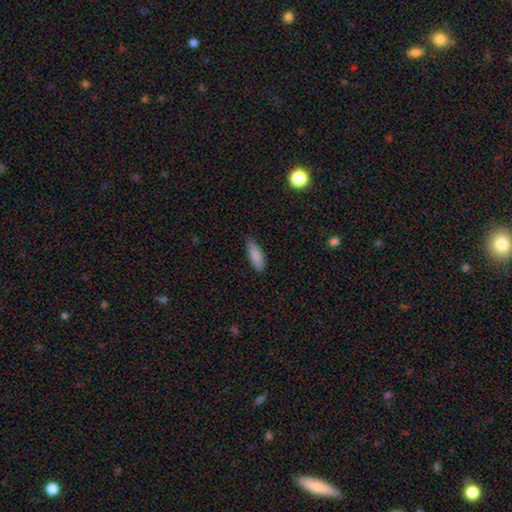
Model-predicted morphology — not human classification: This is clearly a smooth galaxy (88%). How rounded: likely in between (72%). Merging: likely none (79%).